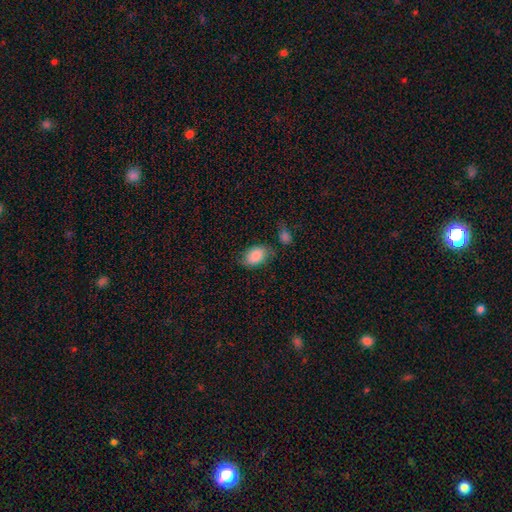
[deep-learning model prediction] The model was most divided on "merging": none: 62%, minor disturbance: 23%, major disturbance: 8%, merger: 7%. More confident: how rounded — in between (88%); smooth or featured — smooth (84%).